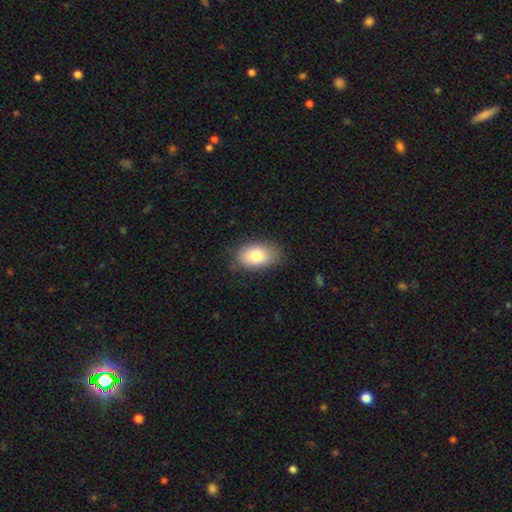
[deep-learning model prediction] Morphology: type=smooth (81%); roundness=in between (90%); merging=none (77%).